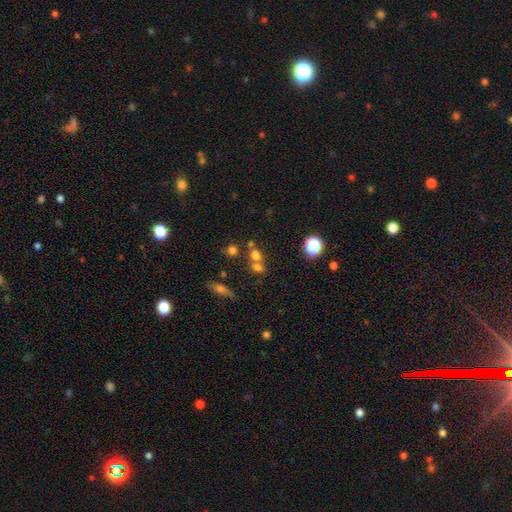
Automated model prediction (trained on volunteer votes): smooth 67%, star or artifact 21%, featured or disk 12%. Down the decision tree: how rounded — round (57%); merging — merger (47%).